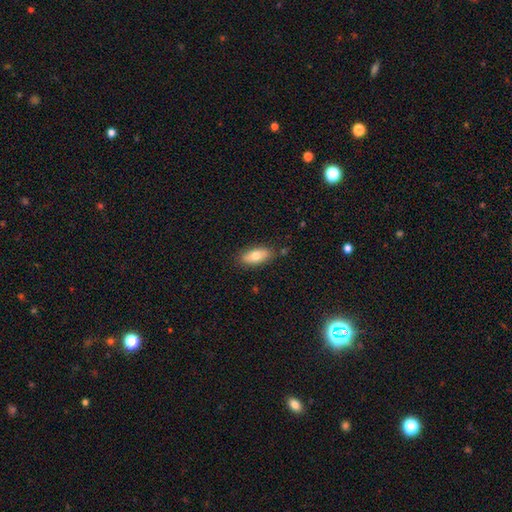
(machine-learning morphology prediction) This is likely a smooth galaxy (76%). How rounded: clearly in between (85%). Merging: clearly none (82%).